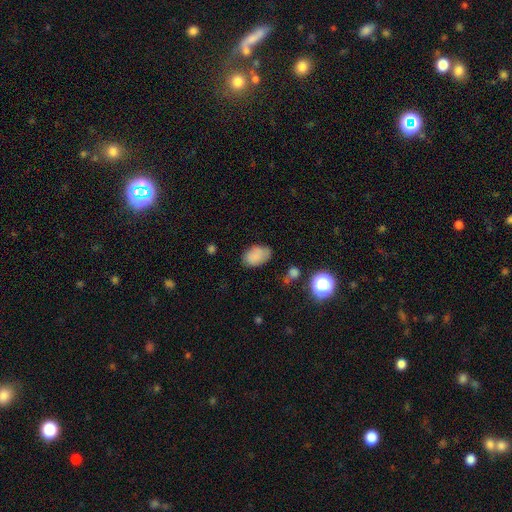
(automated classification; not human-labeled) A smooth galaxy with no disk features (82%) that is in between round and cigar-shaped (88%). Merging: none (66%).